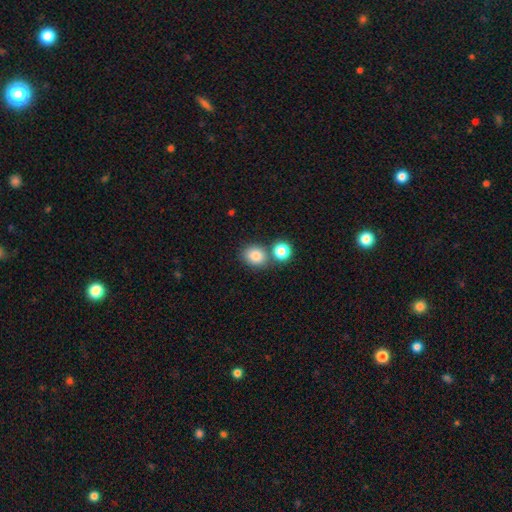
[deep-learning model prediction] Q: Smooth or featured?
A: smooth (82%); runner-up: star or artifact (11%)
Q: How rounded?
A: round (61%); runner-up: in between (38%)
Q: Merging?
A: none (65%); runner-up: merger (22%)